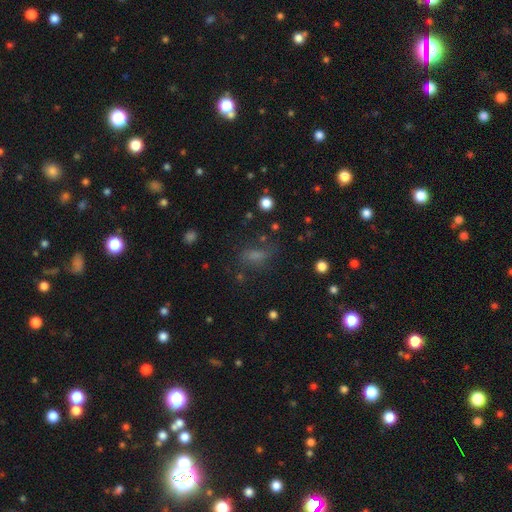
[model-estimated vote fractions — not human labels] This is likely a smooth galaxy (65%). How rounded: likely in between (72%). Merging: likely none (62%).